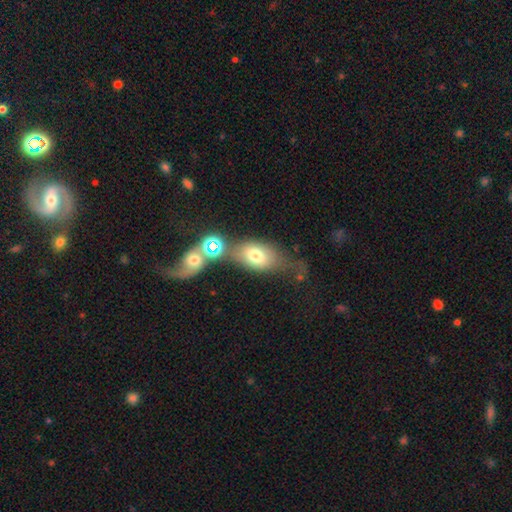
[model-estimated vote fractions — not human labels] Morphology: type=smooth (68%); roundness=in between (82%); merging=none (48%).